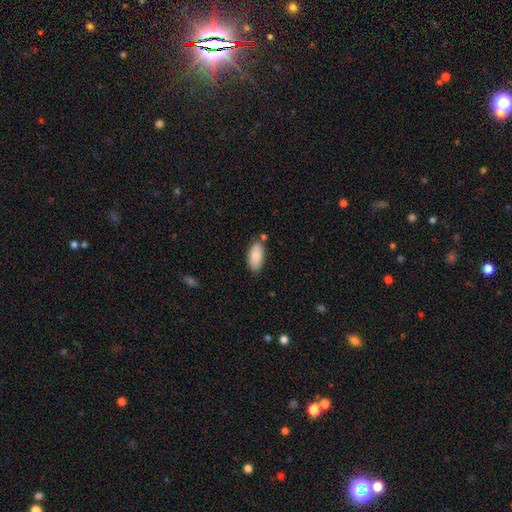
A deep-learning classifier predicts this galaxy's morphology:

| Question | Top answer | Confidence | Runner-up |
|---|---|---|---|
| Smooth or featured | smooth | 82% | featured or disk (11%) |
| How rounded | in between | 91% | cigar-shaped (7%) |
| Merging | none | 75% | minor disturbance (16%) |